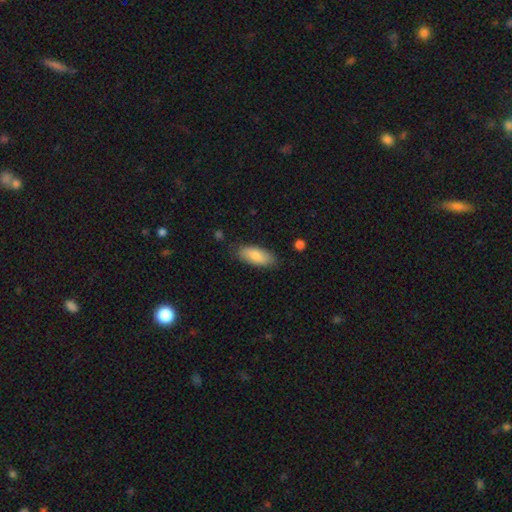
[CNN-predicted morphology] A smooth galaxy with no disk features (81%) that is in between round and cigar-shaped (84%).

Vote fractions:
- Smooth or featured? smooth: 81% / featured or disk: 13% / star or artifact: 6%
- How rounded? in between: 84% / cigar-shaped: 14% / round: 2%
- Merging? none: 81% / minor disturbance: 15% / major disturbance: 3% / merger: 2%